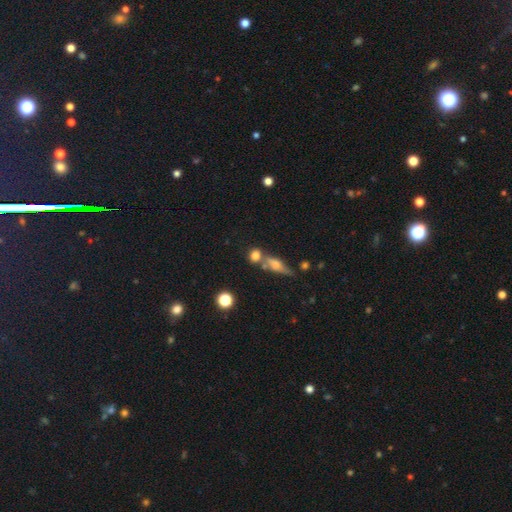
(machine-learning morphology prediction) The model was most divided on "merging": none: 55%, merger: 30%, minor disturbance: 10%, major disturbance: 5%. More confident: smooth or featured — smooth (71%); how rounded — round (62%).